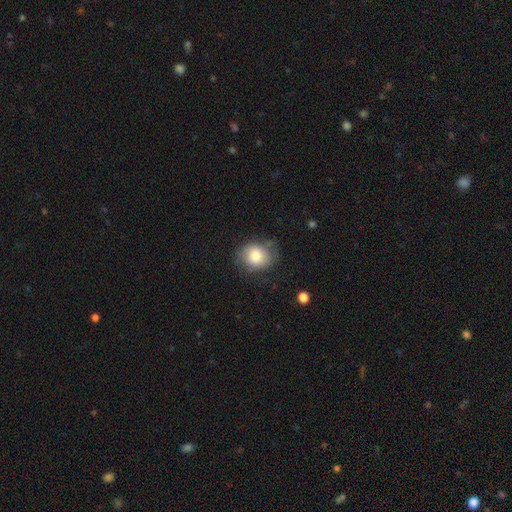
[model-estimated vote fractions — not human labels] The model was most divided on "how rounded": round: 53%, in between: 46%, cigar-shaped: 1%. More confident: smooth or featured — smooth (77%); merging — none (62%).